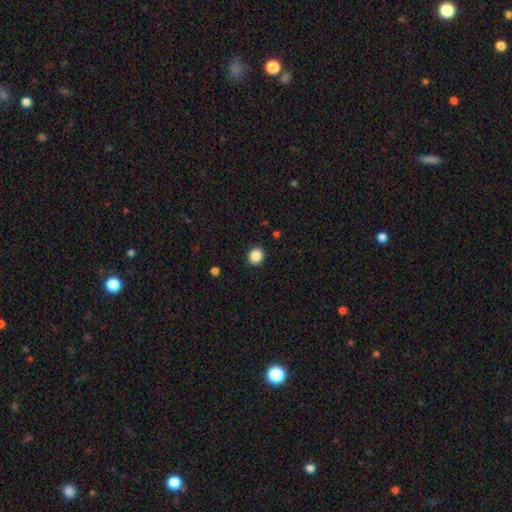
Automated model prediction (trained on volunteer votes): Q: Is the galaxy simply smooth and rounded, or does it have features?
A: smooth — 88%.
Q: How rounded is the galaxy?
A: round — 75%.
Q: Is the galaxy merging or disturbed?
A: none — 91%.